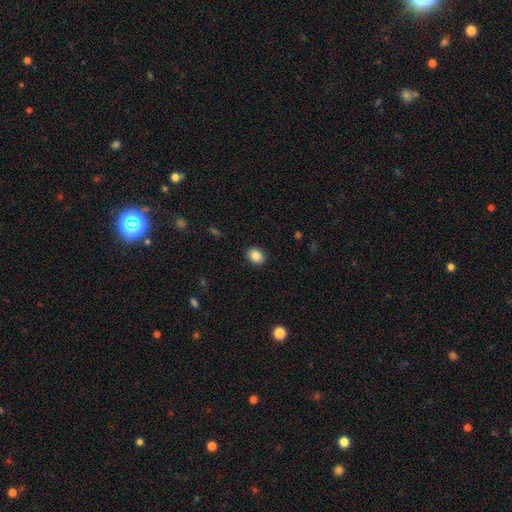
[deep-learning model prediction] Overall: smooth (86%). How rounded: in between (52%; round 47%). Merging: none (90%).